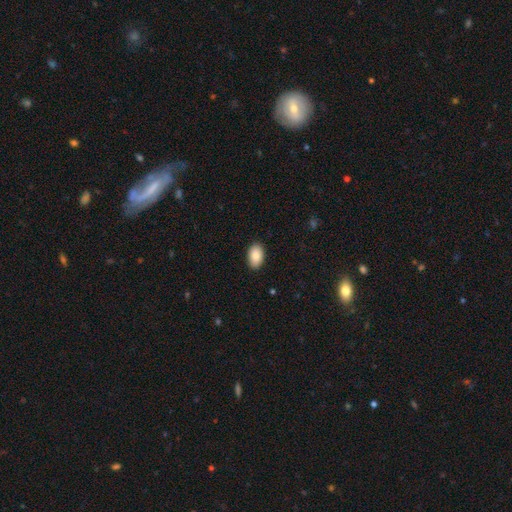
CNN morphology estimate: Smooth or featured?
  - smooth: 86% *
  - featured or disk: 8%
  - star or artifact: 7%
How rounded?
  - in between: 92% *
  - round: 7%
  - cigar-shaped: 1%
Merging?
  - none: 89% *
  - minor disturbance: 8%
  - major disturbance: 2%
  - merger: 1%